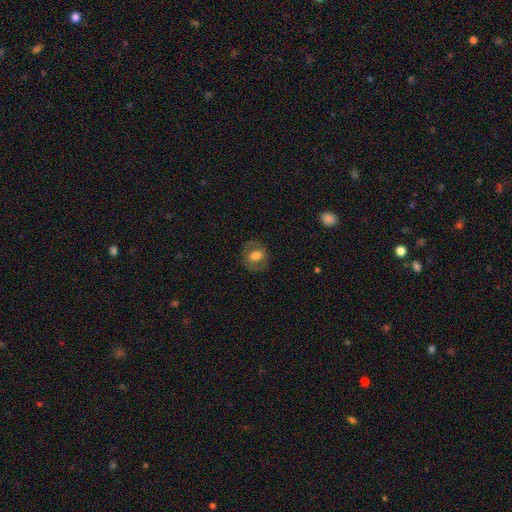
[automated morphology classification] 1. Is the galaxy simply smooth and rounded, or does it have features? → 60% smooth, 31% featured or disk, 9% star or artifact.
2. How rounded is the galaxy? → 52% round, 47% in between, 1% cigar-shaped.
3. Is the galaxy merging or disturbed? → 77% none, 14% minor disturbance, 8% major disturbance, 1% merger.